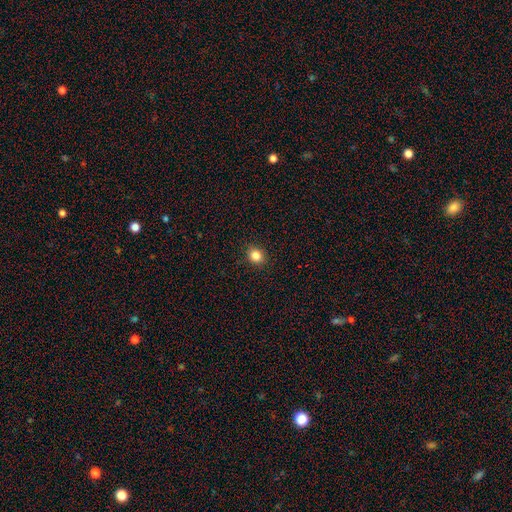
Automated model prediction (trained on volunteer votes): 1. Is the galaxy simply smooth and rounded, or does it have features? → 85% smooth, 11% star or artifact, 4% featured or disk.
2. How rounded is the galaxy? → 69% round, 30% in between, 1% cigar-shaped.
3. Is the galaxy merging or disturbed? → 91% none, 7% minor disturbance, 2% major disturbance, 1% merger.